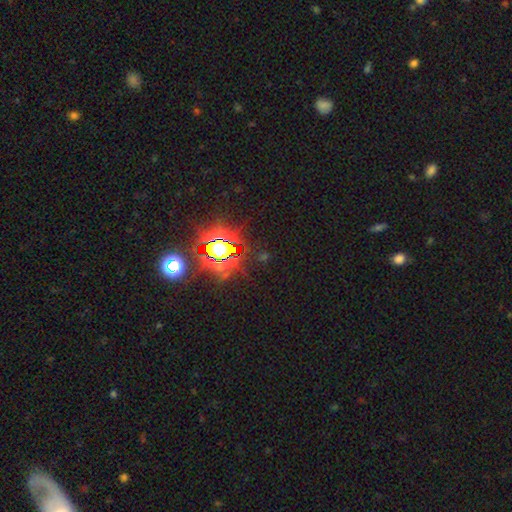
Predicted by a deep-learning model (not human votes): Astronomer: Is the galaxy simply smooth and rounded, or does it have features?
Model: star or artifact — 81%.